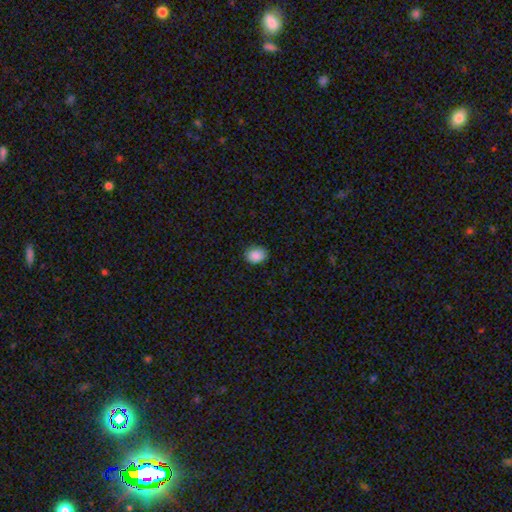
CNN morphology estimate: Smooth or featured: smooth — 89% (star or artifact — 8%)
How rounded: in between — 64% (round — 35%)
Merging: none — 83% (minor disturbance — 13%)